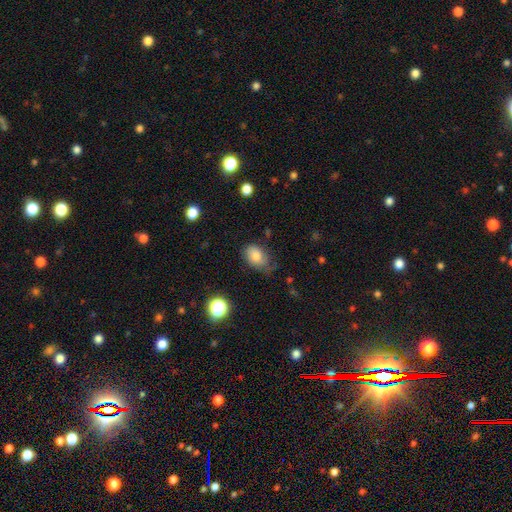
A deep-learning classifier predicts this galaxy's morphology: A smooth galaxy with no disk features (78%) that is in between round and cigar-shaped (80%).

Vote fractions:
- Smooth or featured? smooth: 78% / featured or disk: 12% / star or artifact: 10%
- How rounded? in between: 80% / round: 19% / cigar-shaped: 1%
- Merging? none: 53% / minor disturbance: 33% / major disturbance: 12% / merger: 2%